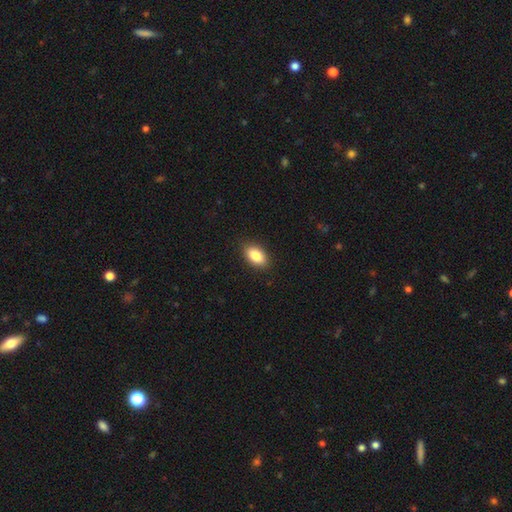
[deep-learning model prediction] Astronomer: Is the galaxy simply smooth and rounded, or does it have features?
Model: smooth — 87%.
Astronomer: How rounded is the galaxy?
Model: in between — 92%.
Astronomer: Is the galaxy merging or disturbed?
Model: none — 89%.